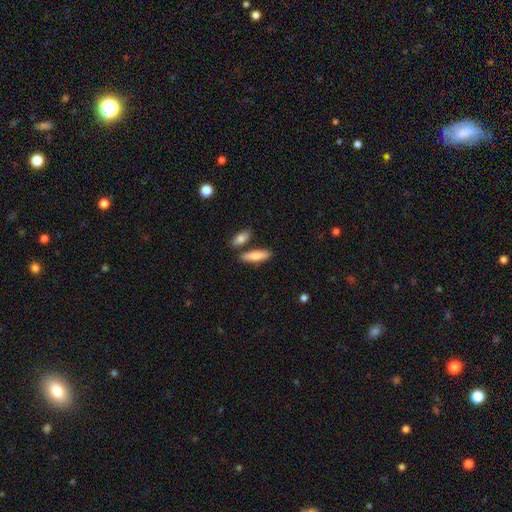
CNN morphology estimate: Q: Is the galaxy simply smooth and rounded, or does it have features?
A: smooth — 83%.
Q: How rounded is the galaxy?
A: cigar-shaped — 58%.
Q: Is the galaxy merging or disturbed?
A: none — 77%.